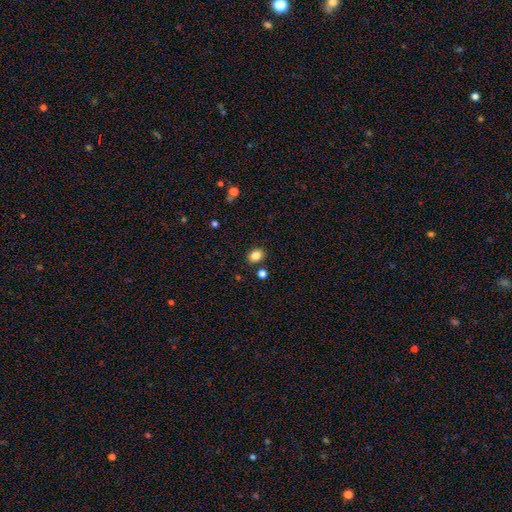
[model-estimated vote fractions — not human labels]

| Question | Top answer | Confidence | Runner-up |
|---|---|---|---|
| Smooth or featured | smooth | 85% | star or artifact (10%) |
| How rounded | in between | 65% | round (34%) |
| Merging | none | 85% | minor disturbance (9%) |